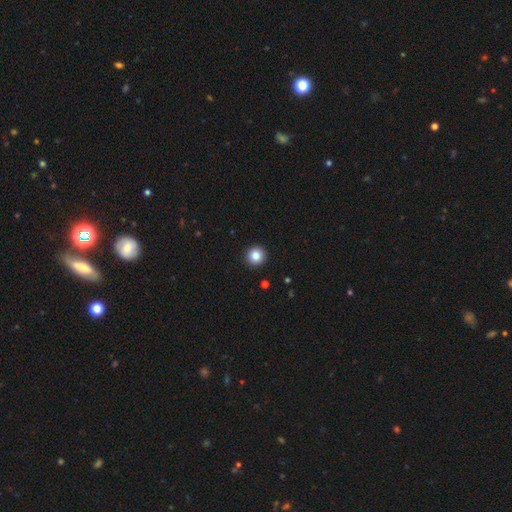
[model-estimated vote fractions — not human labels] Overall: smooth (84%). How rounded: round (94%). Merging: none (94%).